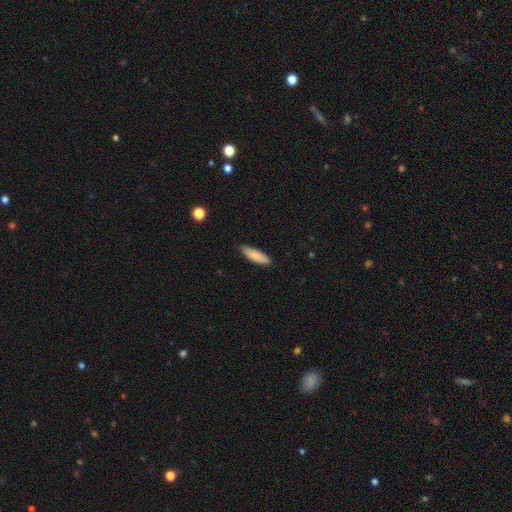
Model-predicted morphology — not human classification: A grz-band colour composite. It shows a smooth galaxy with no disk features (84%) that is cigar-shaped (54%). Merging: none (80%).